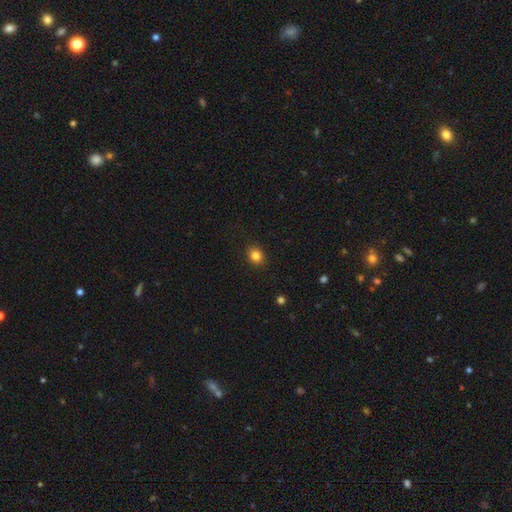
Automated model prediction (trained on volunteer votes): A smooth galaxy with no disk features (84%) that is round (54%). Merging: none (89%).